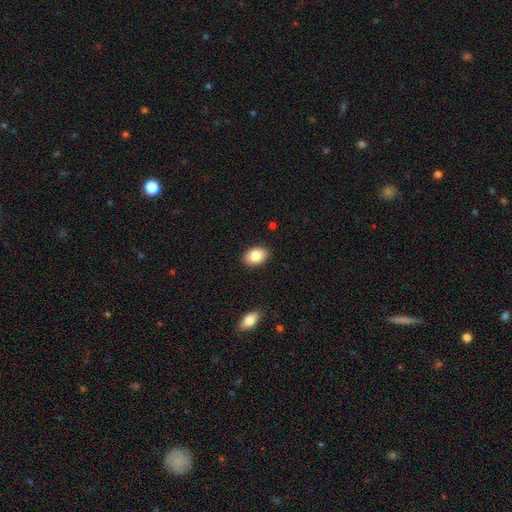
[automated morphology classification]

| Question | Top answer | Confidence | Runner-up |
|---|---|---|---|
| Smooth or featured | smooth | 85% | star or artifact (7%) |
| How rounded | in between | 83% | round (16%) |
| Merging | none | 87% | minor disturbance (9%) |